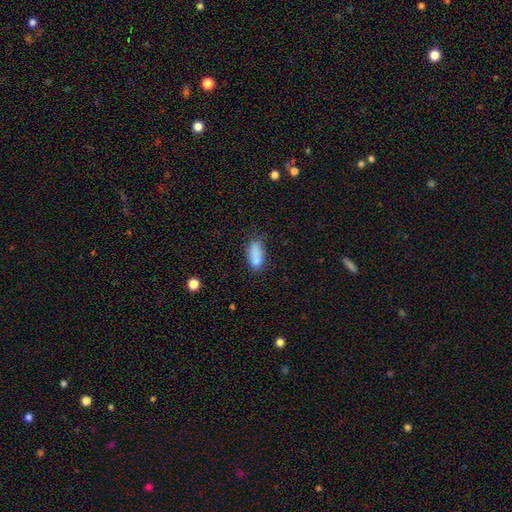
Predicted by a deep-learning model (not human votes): This is clearly a smooth galaxy (81%). How rounded: clearly in between (85%). Merging: possibly none (51%).